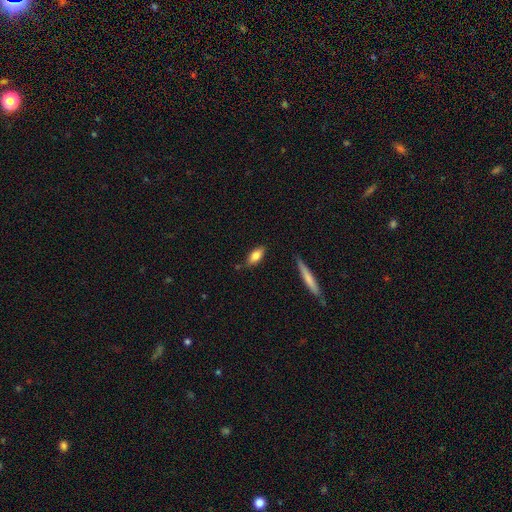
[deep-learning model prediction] Smooth or featured: smooth — 77% (featured or disk — 16%)
How rounded: in between — 77% (cigar-shaped — 21%)
Merging: none — 80% (minor disturbance — 14%)